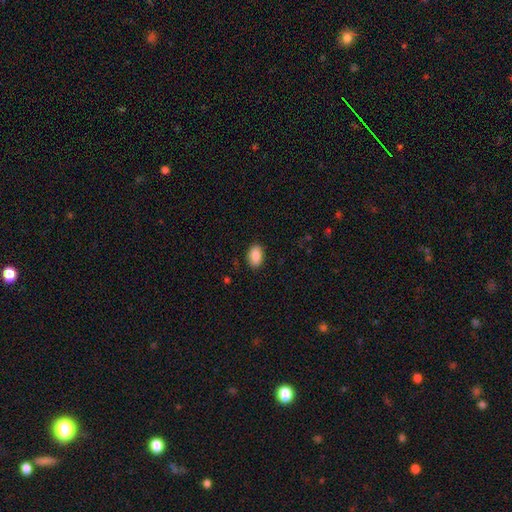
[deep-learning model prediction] Smooth or featured?
  - smooth: 86% *
  - star or artifact: 7%
  - featured or disk: 7%
How rounded?
  - in between: 88% *
  - round: 10%
  - cigar-shaped: 2%
Merging?
  - none: 87% *
  - minor disturbance: 10%
  - major disturbance: 2%
  - merger: 1%